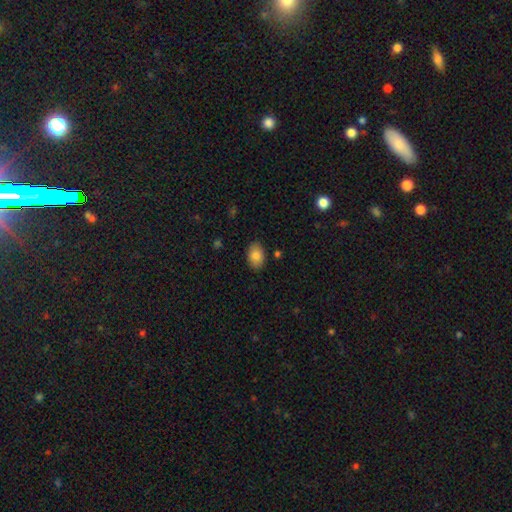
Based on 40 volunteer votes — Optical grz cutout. It shows a smooth galaxy with no disk features (92%) that is in between round and cigar-shaped (92%). Merging: none (95%).